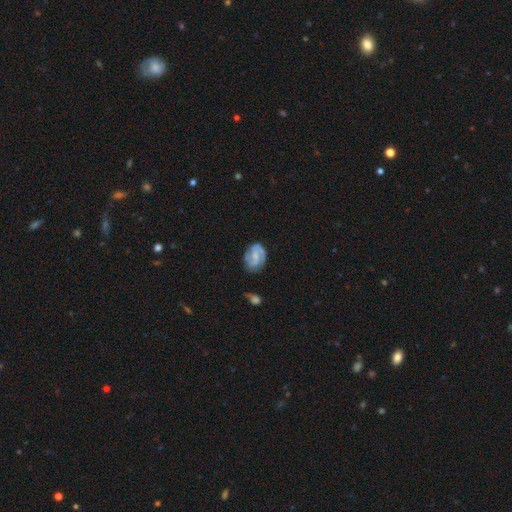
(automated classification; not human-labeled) Q: Smooth or featured?
A: featured or disk (74%); runner-up: smooth (20%)
Q: Edge-on disk?
A: no (98%); runner-up: yes (2%)
Q: Bar?
A: weak (48%); runner-up: no (39%)
Q: Spiral arms?
A: yes (91%); runner-up: no (9%)
Q: Spiral winding?
A: medium (46%); runner-up: tight (35%)
Q: Spiral arm count?
A: 2 (71%); runner-up: can't tell (13%)
Q: Bulge size?
A: small (48%); runner-up: moderate (27%)
Q: Merging?
A: none (66%); runner-up: minor disturbance (22%)